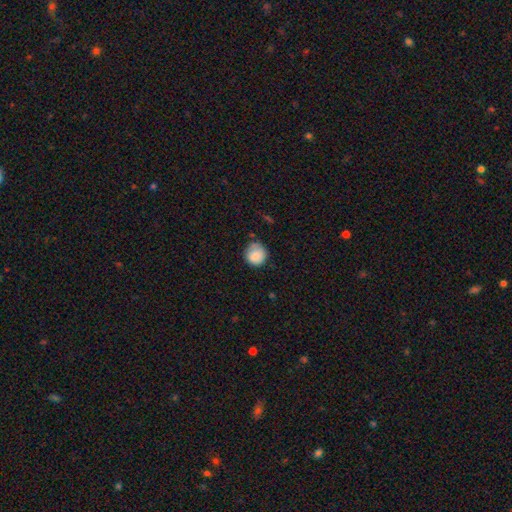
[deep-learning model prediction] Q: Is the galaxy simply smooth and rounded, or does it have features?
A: smooth — 84%.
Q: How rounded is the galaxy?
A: round — 90%.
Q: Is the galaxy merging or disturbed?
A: none — 71%.